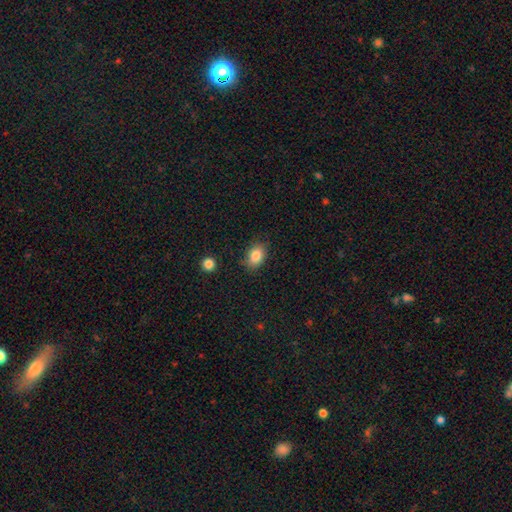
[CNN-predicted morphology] A smooth galaxy with no disk features (84%) that is in between round and cigar-shaped (73%).

Vote fractions:
- Smooth or featured? smooth: 84% / star or artifact: 9% / featured or disk: 7%
- How rounded? in between: 73% / round: 26% / cigar-shaped: 1%
- Merging? none: 80% / minor disturbance: 15% / major disturbance: 3% / merger: 2%